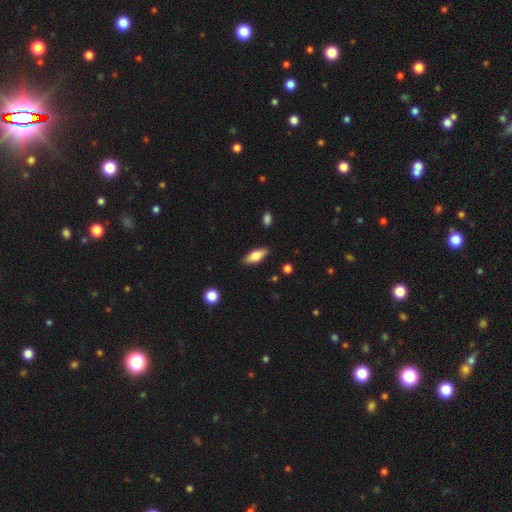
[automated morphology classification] The model was most divided on "how rounded": in between: 73%, cigar-shaped: 24%, round: 3%. More confident: merging — none (87%); smooth or featured — smooth (72%).